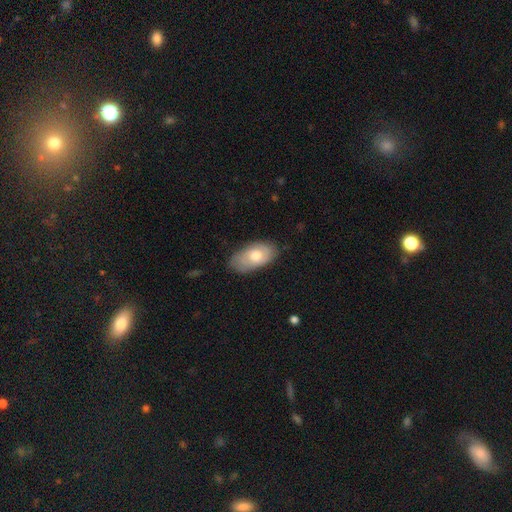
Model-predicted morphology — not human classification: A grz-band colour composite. It shows a smooth galaxy with no disk features (62%) that is in between round and cigar-shaped (93%). Merging: none (73%).